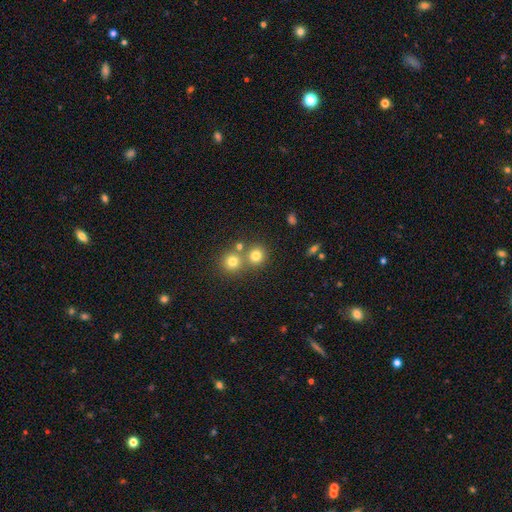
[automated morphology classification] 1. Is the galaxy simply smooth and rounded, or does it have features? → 77% smooth, 15% star or artifact, 8% featured or disk.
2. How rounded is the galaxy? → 88% round, 11% in between, 1% cigar-shaped.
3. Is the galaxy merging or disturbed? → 64% none, 26% merger, 7% minor disturbance, 3% major disturbance.